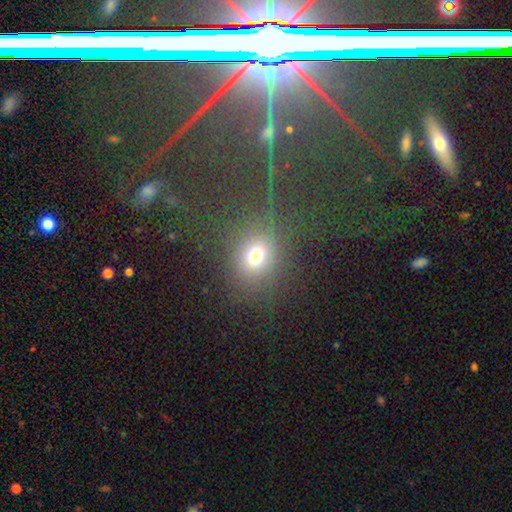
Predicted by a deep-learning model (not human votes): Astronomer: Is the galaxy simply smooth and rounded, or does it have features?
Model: star or artifact — 50% (runner-up: smooth, 35%).